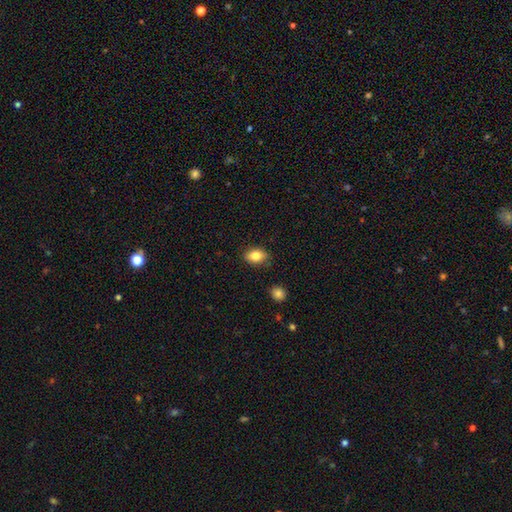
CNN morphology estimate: A smooth galaxy with no disk features (84%) that is in between round and cigar-shaped (79%). Merging: none (85%).